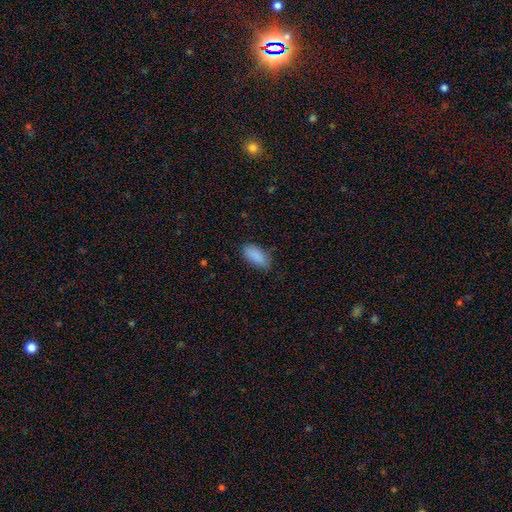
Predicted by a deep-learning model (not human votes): A smooth galaxy with no disk features (89%) that is in between round and cigar-shaped (91%). Merging: none (80%).